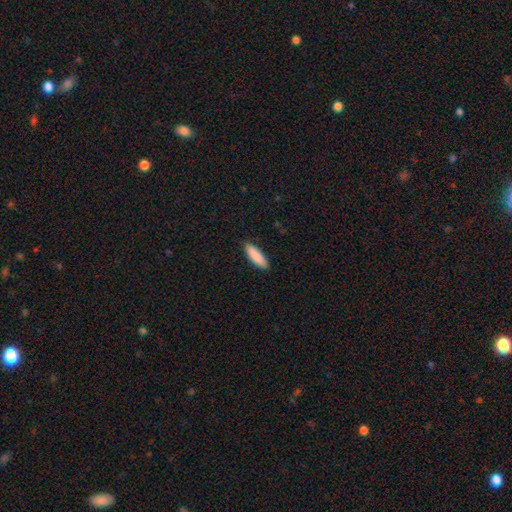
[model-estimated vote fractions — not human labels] smooth_or_featured: smooth (p=0.89) [alt: featured or disk p=0.06]
how_rounded: cigar-shaped (p=0.50) [alt: in between p=0.48]
merging: none (p=0.88) [alt: minor disturbance p=0.09]